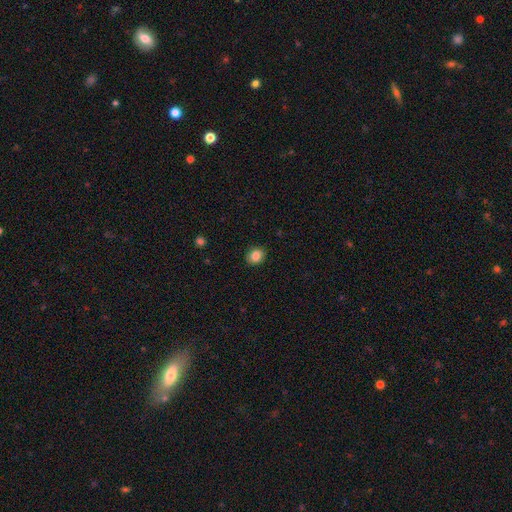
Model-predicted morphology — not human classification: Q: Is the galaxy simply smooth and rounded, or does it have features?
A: smooth — 84%.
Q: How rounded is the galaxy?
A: round — 63%.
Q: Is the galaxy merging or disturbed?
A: none — 89%.